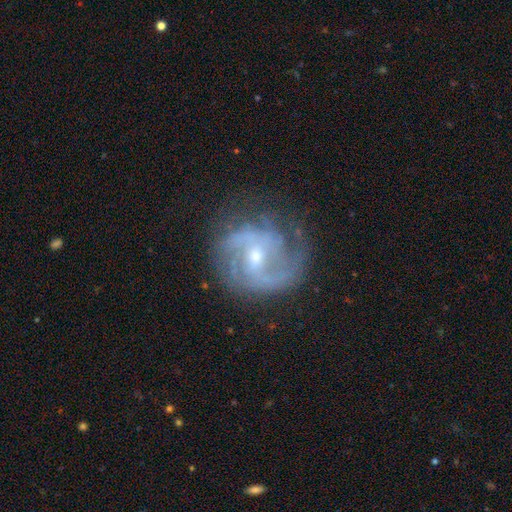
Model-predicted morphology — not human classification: Overall: featured or disk (87%). Edge-on disk: no (98%). Bar: weak (47%; no 39%). Spiral arms: yes (96%). Spiral arm count: 2 (48%; 3 19%). Spiral winding: medium (45%; tight 42%). Bulge size: small (59%; moderate 37%). Merging: none (70%).